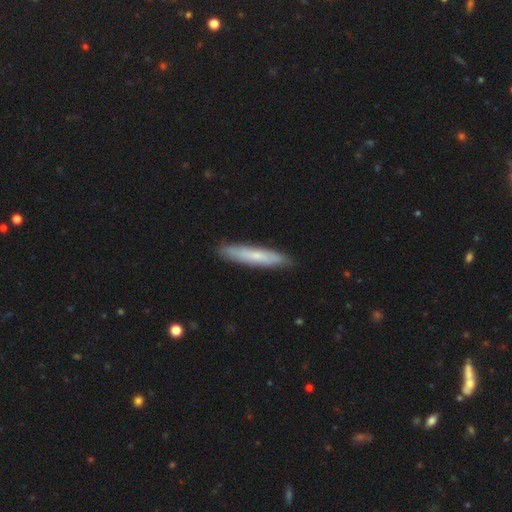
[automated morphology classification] This is possibly a smooth galaxy (59%). How rounded: clearly cigar-shaped (90%). Merging: clearly none (88%).